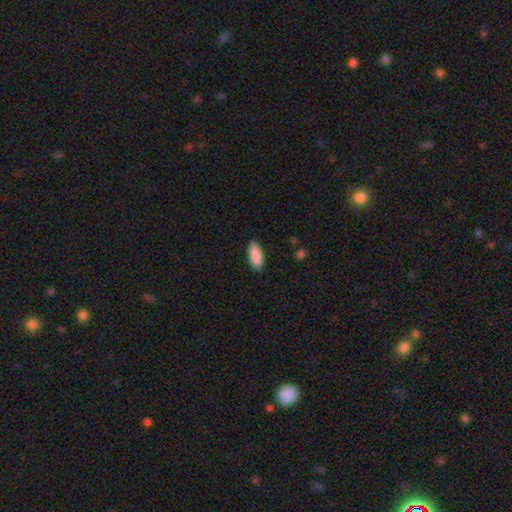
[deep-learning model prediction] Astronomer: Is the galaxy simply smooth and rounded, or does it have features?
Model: smooth — 89%.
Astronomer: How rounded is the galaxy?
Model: in between — 69%.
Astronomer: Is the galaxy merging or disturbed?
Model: none — 87%.